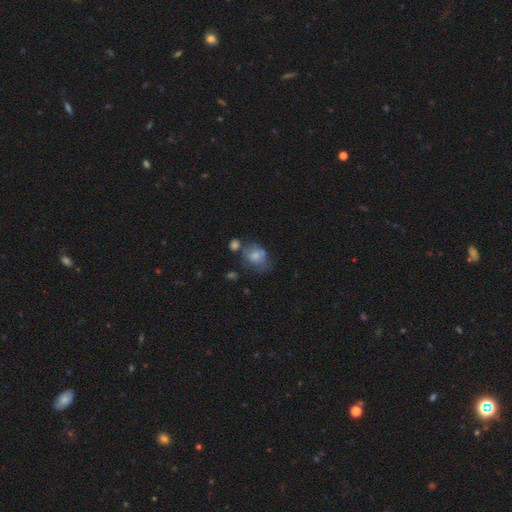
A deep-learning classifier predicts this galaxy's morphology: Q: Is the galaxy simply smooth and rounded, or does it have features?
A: smooth — 69%.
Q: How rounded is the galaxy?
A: in between — 57%.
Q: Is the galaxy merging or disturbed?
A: none — 39%.